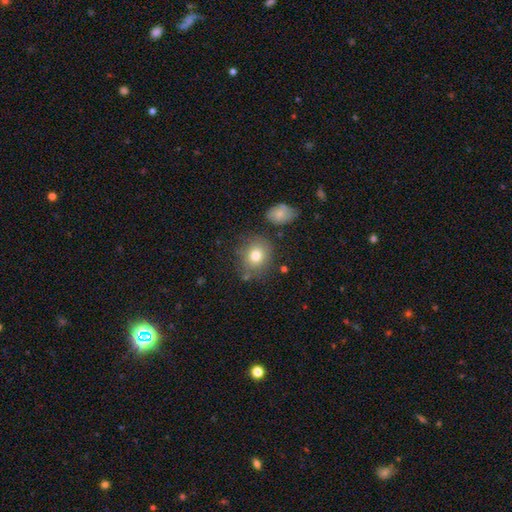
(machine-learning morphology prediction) smooth 78%, featured or disk 11%, star or artifact 11%. Down the decision tree: how rounded — round (73%); merging — none (76%).